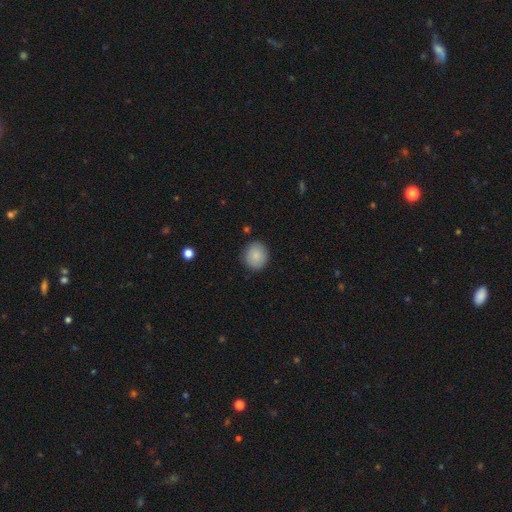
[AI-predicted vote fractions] Smooth or featured?
  - smooth: 85% *
  - star or artifact: 8%
  - featured or disk: 7%
How rounded?
  - round: 80% *
  - in between: 20%
  - cigar-shaped: 1%
Merging?
  - none: 86% *
  - minor disturbance: 10%
  - major disturbance: 2%
  - merger: 1%